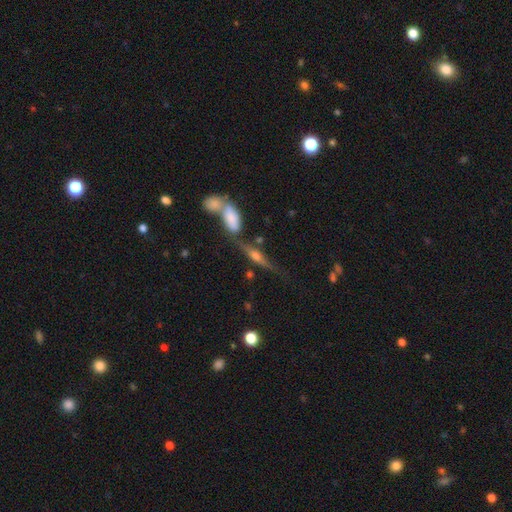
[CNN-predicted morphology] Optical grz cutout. It shows a featured or disk galaxy (69%) viewed edge-on (94%) with a rounded central bulge (89%). Merging: none (67%).